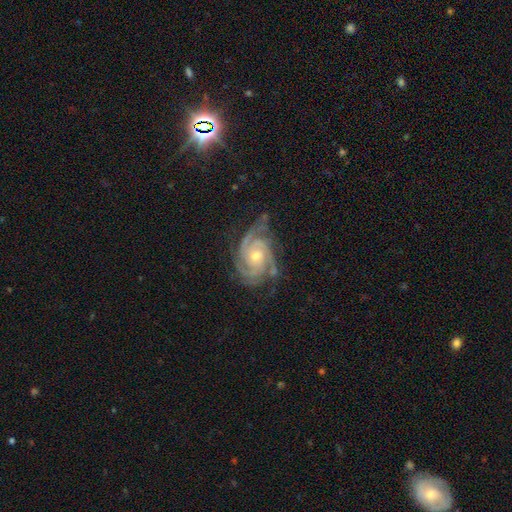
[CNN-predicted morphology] Smooth or featured? Predicted: featured or disk (p=0.93). Edge-on disk? Predicted: no (p=0.98). Bar? Predicted: no (p=0.71). Spiral arms? Predicted: yes (p=0.99). Spiral winding? Predicted: tight (p=0.69). Spiral arm count? Predicted: 3 (p=0.49). Bulge size? Predicted: moderate (p=0.51). Merging? Predicted: none (p=0.69).